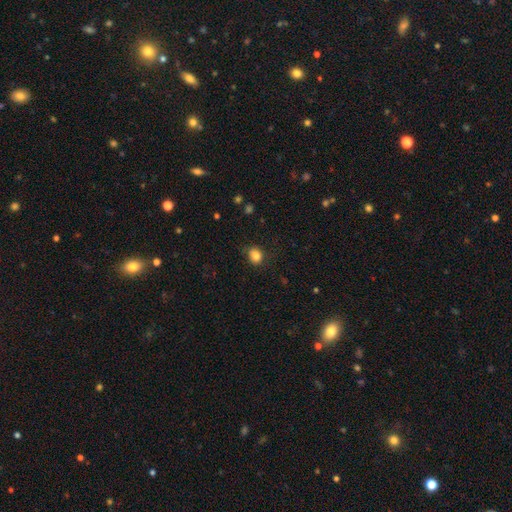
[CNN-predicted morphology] Overall: smooth (84%). How rounded: round (58%; in between 41%). Merging: none (78%).